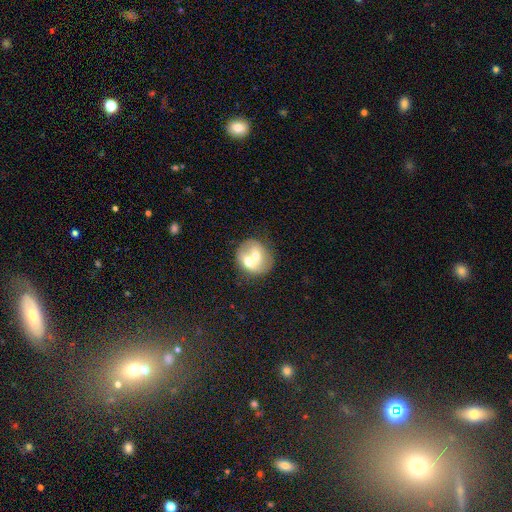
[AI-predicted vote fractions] A smooth galaxy with no disk features (55%) that is round (64%).

Vote fractions:
- Smooth or featured? smooth: 55% / featured or disk: 38% / star or artifact: 7%
- How rounded? round: 64% / in between: 35% / cigar-shaped: 1%
- Merging? merger: 66% / none: 22% / minor disturbance: 8% / major disturbance: 4%